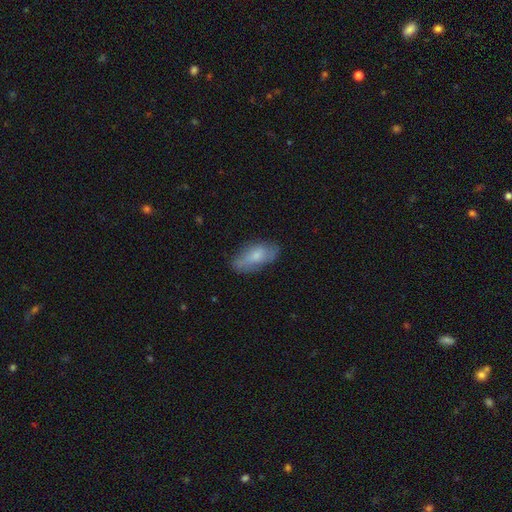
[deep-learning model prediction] Morphology: type=smooth (65%); roundness=in between (87%); merging=none (69%).